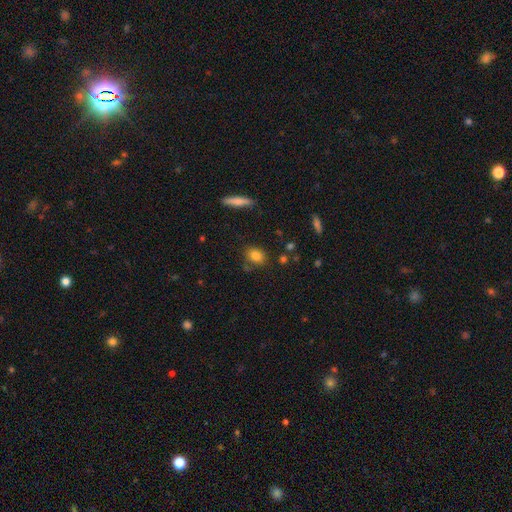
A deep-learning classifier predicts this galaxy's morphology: smooth-or-featured: smooth: 82% | star or artifact: 10% | featured or disk: 8%
  how-rounded: in between: 58% | round: 39% | cigar-shaped: 3%
  merging: none: 80% | minor disturbance: 12% | merger: 5% | major disturbance: 3%